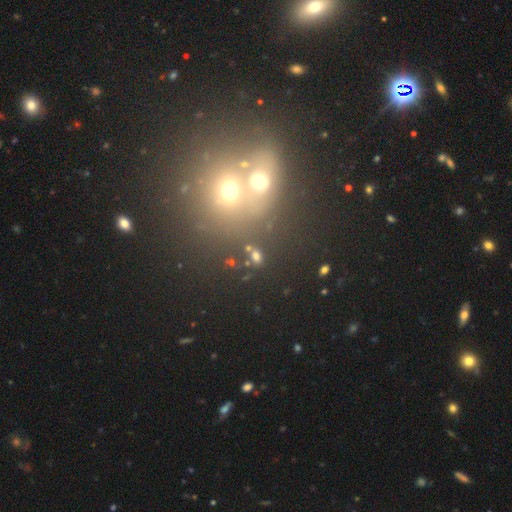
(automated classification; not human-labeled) The model was most divided on "how rounded": in between: 65%, round: 31%, cigar-shaped: 4%. More confident: merging — none (71%); smooth or featured — smooth (65%).